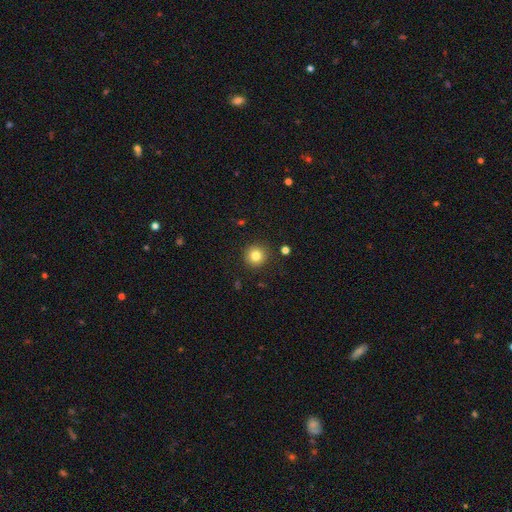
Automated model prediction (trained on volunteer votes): A smooth galaxy with no disk features (82%) that is round (94%).

Vote fractions:
- Smooth or featured? smooth: 82% / star or artifact: 11% / featured or disk: 6%
- How rounded? round: 94% / in between: 5% / cigar-shaped: 1%
- Merging? none: 90% / minor disturbance: 6% / major disturbance: 2% / merger: 2%